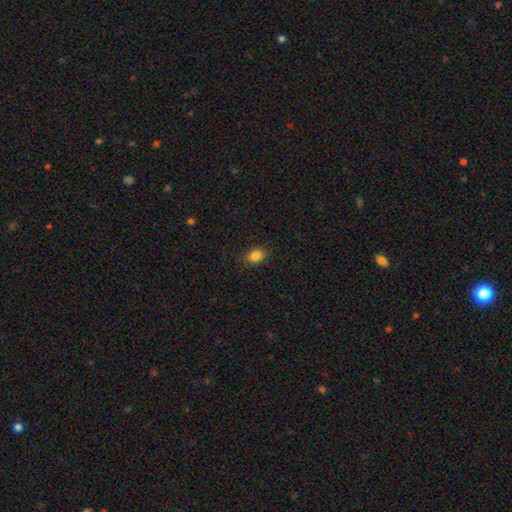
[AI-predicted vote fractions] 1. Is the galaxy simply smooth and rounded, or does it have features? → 85% smooth, 10% star or artifact, 5% featured or disk.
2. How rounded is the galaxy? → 68% in between, 31% round, 1% cigar-shaped.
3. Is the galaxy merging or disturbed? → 87% none, 10% minor disturbance, 3% major disturbance, 1% merger.